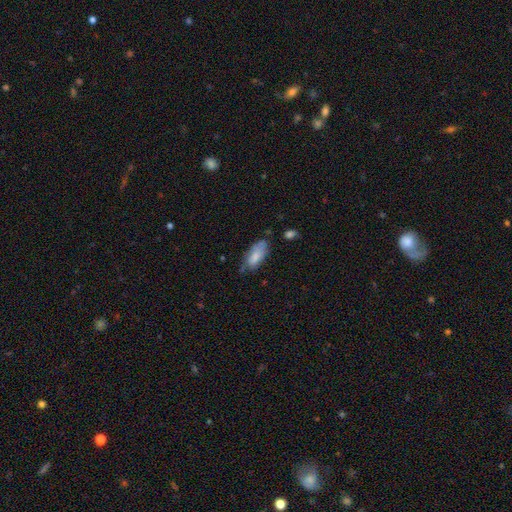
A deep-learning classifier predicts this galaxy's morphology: smooth-or-featured: smooth: 75% | featured or disk: 18% | star or artifact: 7%
  how-rounded: in between: 87% | cigar-shaped: 11% | round: 2%
  merging: none: 49% | minor disturbance: 36% | major disturbance: 11% | merger: 4%